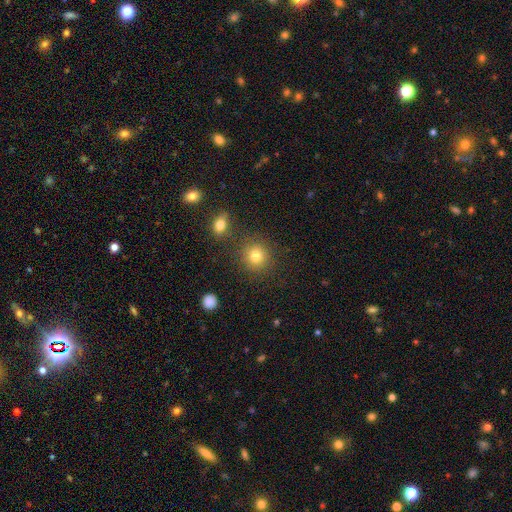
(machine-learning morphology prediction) Smooth or featured: smooth — 80% (star or artifact — 13%)
How rounded: round — 90% (in between — 9%)
Merging: none — 84% (minor disturbance — 8%)